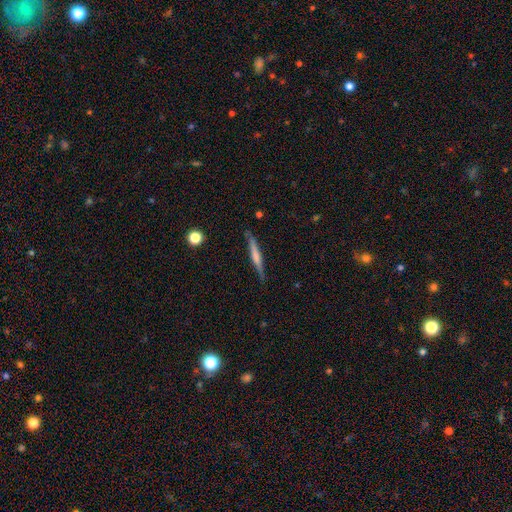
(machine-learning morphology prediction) A featured or disk galaxy (50%). Merging: none (84%).